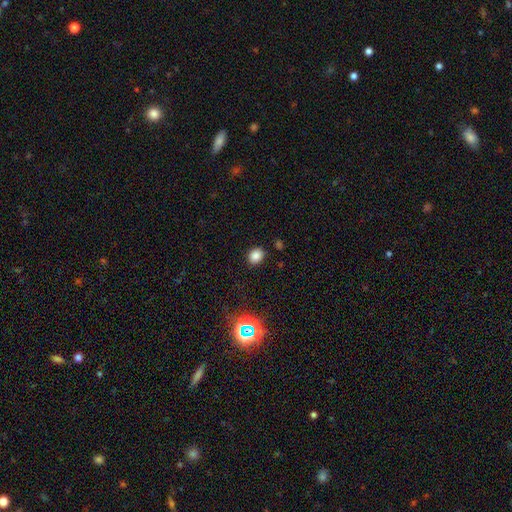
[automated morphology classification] Q: Smooth or featured?
A: smooth (80%); runner-up: star or artifact (15%)
Q: How rounded?
A: round (55%); runner-up: in between (44%)
Q: Merging?
A: none (87%); runner-up: minor disturbance (9%)